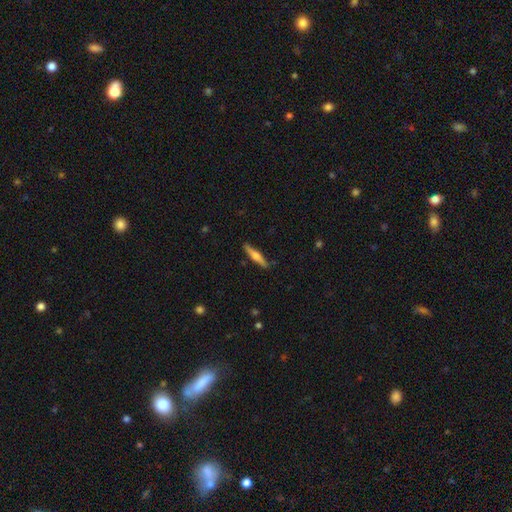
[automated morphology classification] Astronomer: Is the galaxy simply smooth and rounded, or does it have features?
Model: featured or disk — 52% (runner-up: smooth, 42%).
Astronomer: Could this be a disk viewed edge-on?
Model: yes — 97%.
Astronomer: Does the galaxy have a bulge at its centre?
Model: rounded — 86%.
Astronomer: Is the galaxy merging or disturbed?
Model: none — 89%.